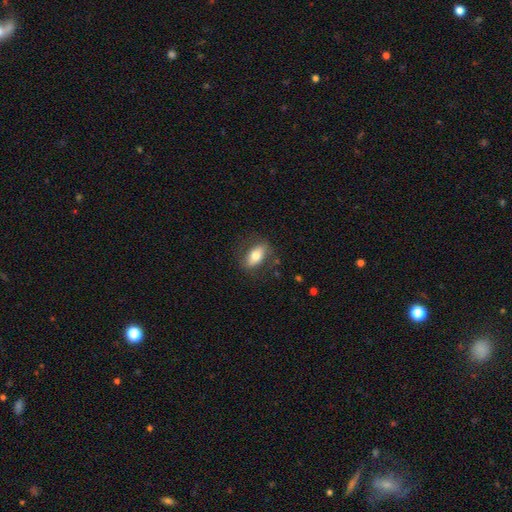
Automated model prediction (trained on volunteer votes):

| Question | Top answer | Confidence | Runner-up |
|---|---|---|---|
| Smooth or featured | smooth | 67% | featured or disk (26%) |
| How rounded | in between | 84% | cigar-shaped (10%) |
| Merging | none | 78% | minor disturbance (15%) |